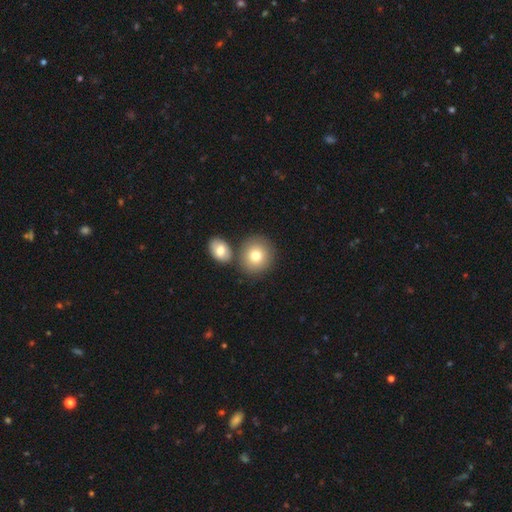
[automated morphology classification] smooth 79%, featured or disk 12%, star or artifact 9%. Down the decision tree: how rounded — round (84%); merging — none (70%).